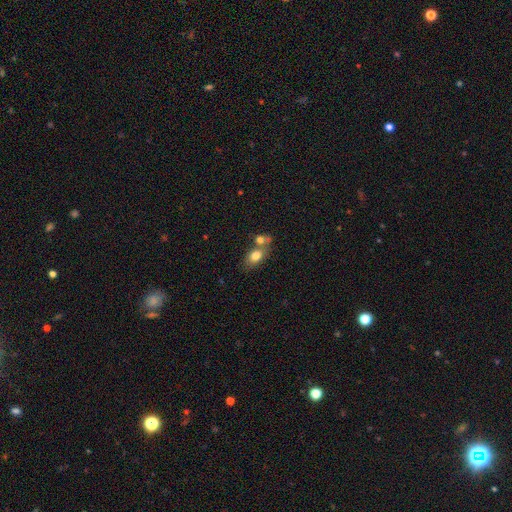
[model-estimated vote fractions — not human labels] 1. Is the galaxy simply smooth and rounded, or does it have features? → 78% smooth, 14% featured or disk, 9% star or artifact.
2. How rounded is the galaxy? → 78% in between, 19% round, 3% cigar-shaped.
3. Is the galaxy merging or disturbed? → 45% none, 39% merger, 12% minor disturbance, 4% major disturbance.